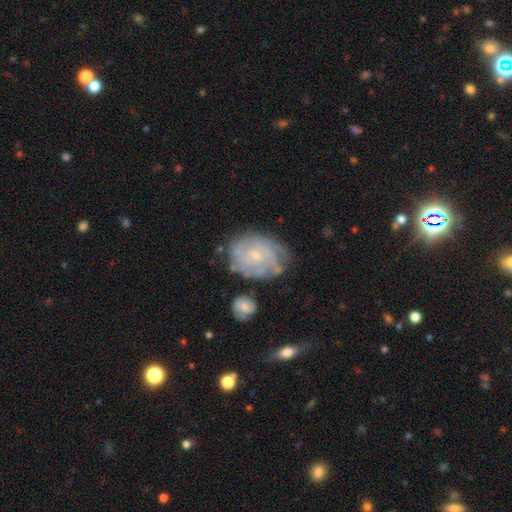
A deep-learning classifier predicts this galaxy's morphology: The model was most divided on "spiral arm count": can't tell: 44%, 3: 18%, 2: 14%, 4: 13%, more than 4: 6%, 1: 5%. More confident: edge-on disk — no (97%); spiral arms — yes (92%); bulge size — small (78%); smooth or featured — featured or disk (77%); bar — no (73%); spiral winding — tight (70%); merging — none (64%).